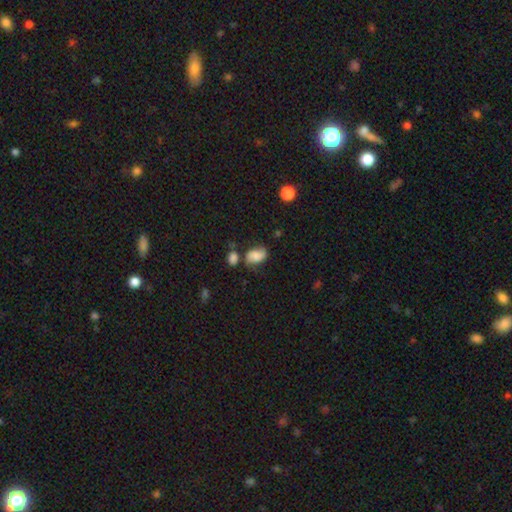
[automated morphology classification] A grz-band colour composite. It shows a smooth galaxy with no disk features (58%) that is in between round and cigar-shaped (83%). Merging: none (51%).